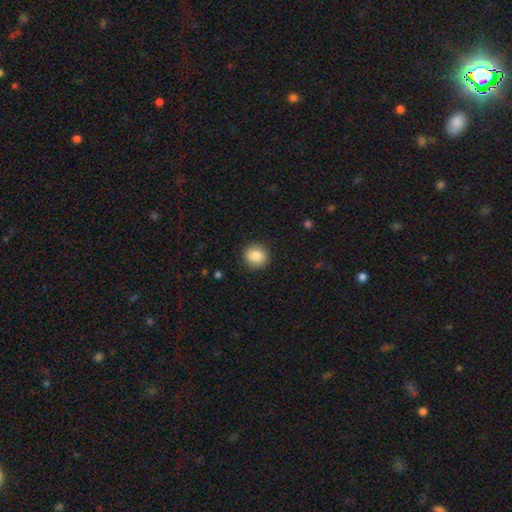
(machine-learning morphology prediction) Q: Smooth or featured?
A: smooth (84%); runner-up: star or artifact (9%)
Q: How rounded?
A: round (90%); runner-up: in between (9%)
Q: Merging?
A: none (90%); runner-up: minor disturbance (7%)